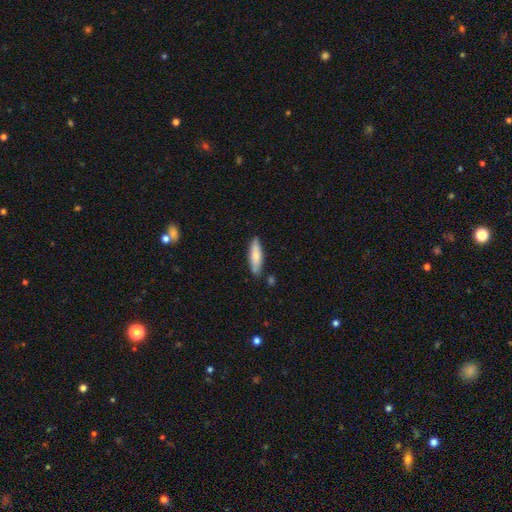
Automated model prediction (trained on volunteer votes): Smooth or featured?
  - smooth: 71% *
  - featured or disk: 23%
  - star or artifact: 6%
How rounded?
  - cigar-shaped: 63% *
  - in between: 36%
  - round: 2%
Merging?
  - none: 80% *
  - minor disturbance: 14%
  - merger: 4%
  - major disturbance: 2%